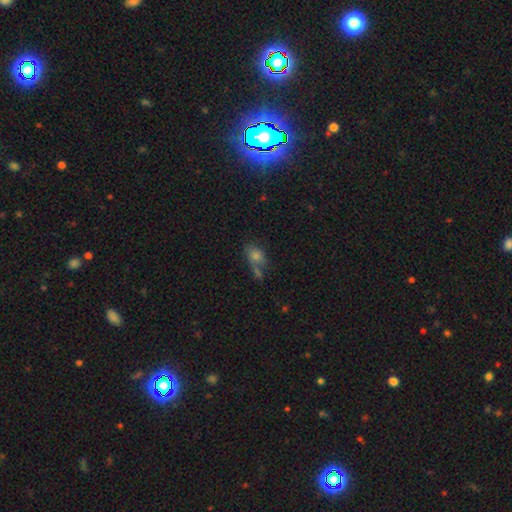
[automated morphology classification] This appears to be a smooth galaxy with no disk features (70%) that is in between round and cigar-shaped (73%). Merging: none (43%).